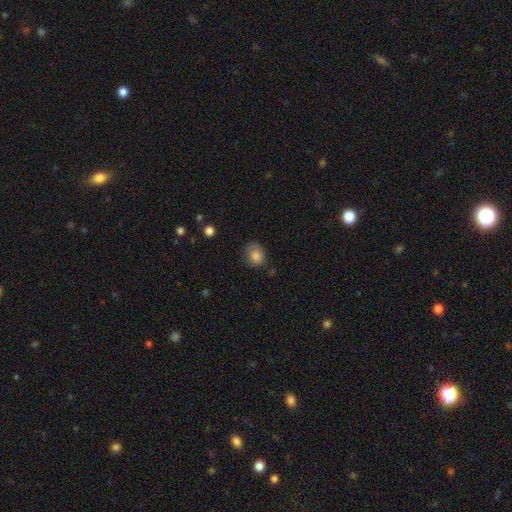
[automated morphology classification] smooth_or_featured: smooth (p=0.81) [alt: featured or disk p=0.10]
how_rounded: round (p=0.67) [alt: in between p=0.32]
merging: none (p=0.59) [alt: minor disturbance p=0.29]